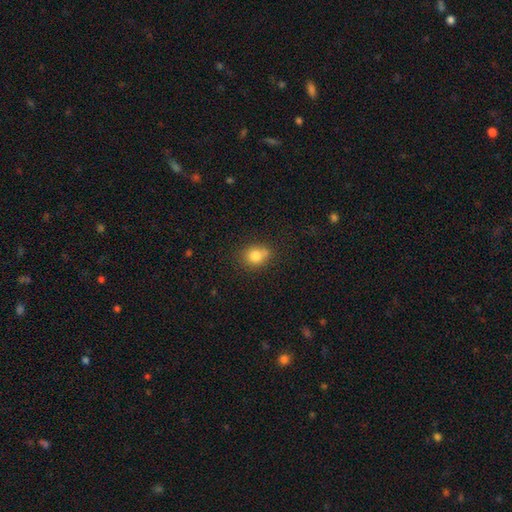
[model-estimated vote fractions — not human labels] Overall: smooth (81%). How rounded: round (65%; in between 34%). Merging: none (61%).